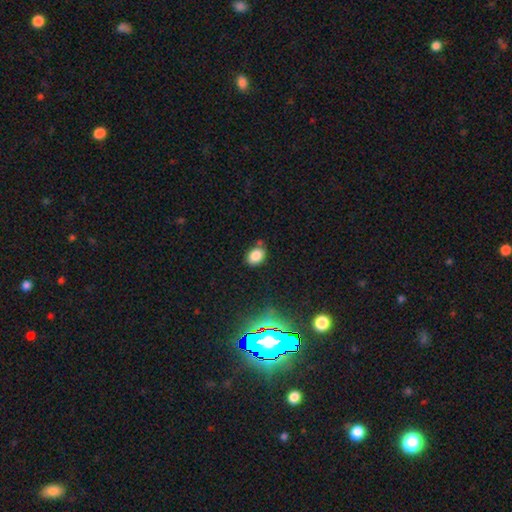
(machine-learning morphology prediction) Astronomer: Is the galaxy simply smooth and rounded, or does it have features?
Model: smooth — 83%.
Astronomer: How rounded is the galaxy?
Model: in between — 73%.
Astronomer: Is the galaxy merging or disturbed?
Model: none — 72%.